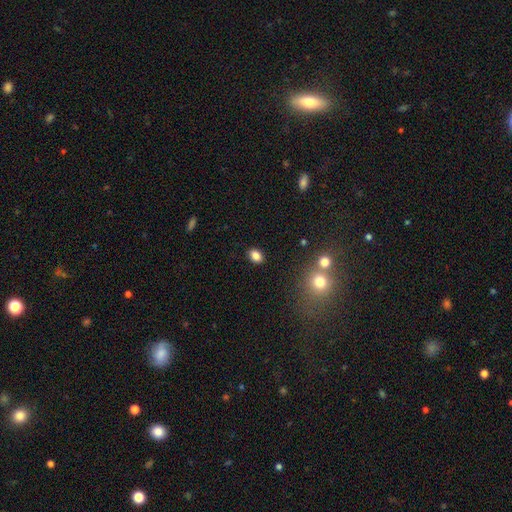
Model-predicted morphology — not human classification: A smooth galaxy with no disk features (84%) that is in between round and cigar-shaped (74%).

Vote fractions:
- Smooth or featured? smooth: 84% / star or artifact: 11% / featured or disk: 5%
- How rounded? in between: 74% / round: 24% / cigar-shaped: 1%
- Merging? none: 86% / minor disturbance: 9% / merger: 3% / major disturbance: 2%